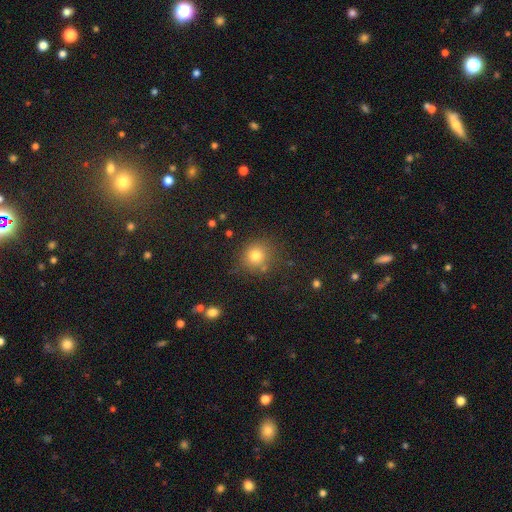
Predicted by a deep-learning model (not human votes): This appears to be a smooth galaxy with no disk features (78%) that is round (88%). Merging: none (80%).